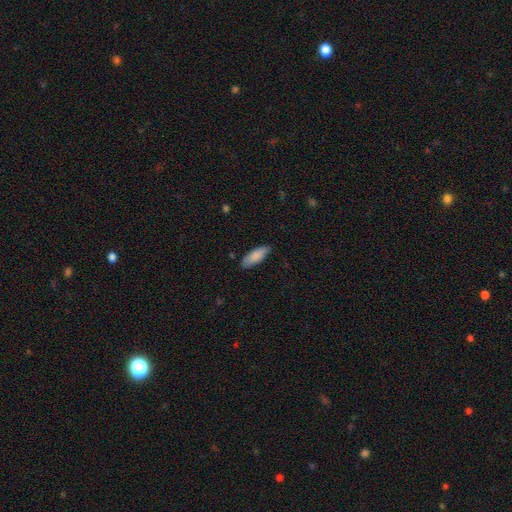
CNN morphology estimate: The model was most divided on "how rounded": in between: 67%, cigar-shaped: 31%, round: 2%. More confident: smooth or featured — smooth (86%); merging — none (84%).